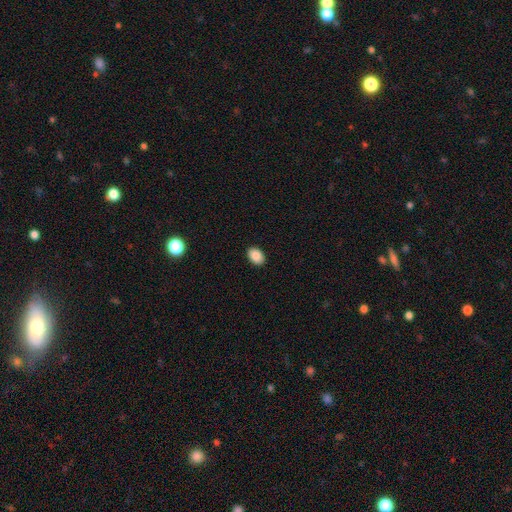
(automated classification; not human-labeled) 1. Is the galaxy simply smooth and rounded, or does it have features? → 88% smooth, 8% star or artifact, 4% featured or disk.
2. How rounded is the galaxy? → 79% in between, 20% round, 1% cigar-shaped.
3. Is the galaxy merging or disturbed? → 90% none, 7% minor disturbance, 2% major disturbance, 1% merger.